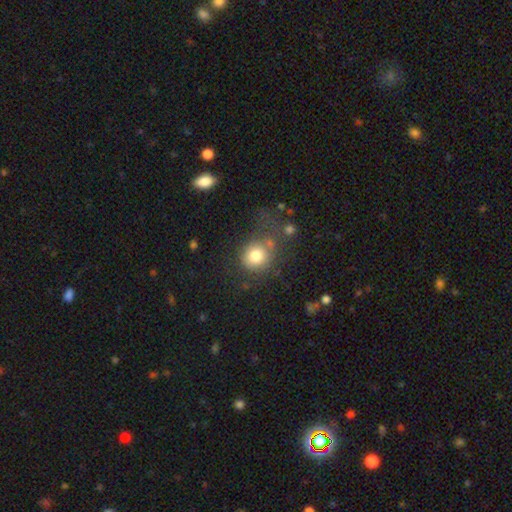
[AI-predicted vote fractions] Smooth or featured? smooth (78%)
How rounded? round (80%)
Merging? none (52%)